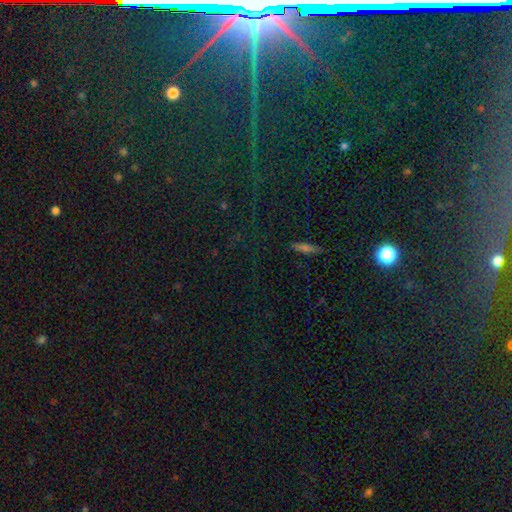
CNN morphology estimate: Smooth or featured?
  - star or artifact: 76% *
  - featured or disk: 14%
  - smooth: 10%